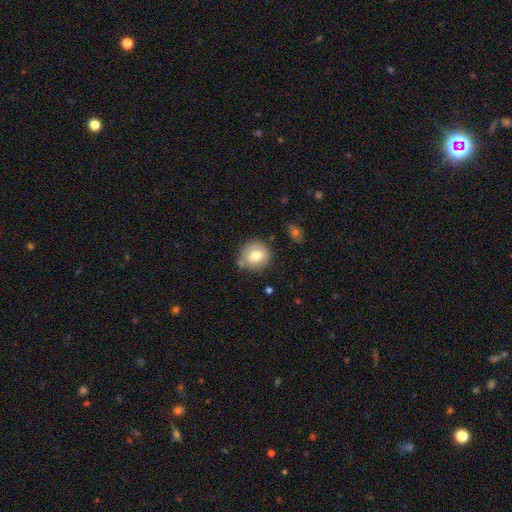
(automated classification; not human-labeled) smooth_or_featured: smooth (p=0.77) [alt: featured or disk p=0.14]
how_rounded: round (p=0.88) [alt: in between p=0.11]
merging: none (p=0.73) [alt: minor disturbance p=0.16]